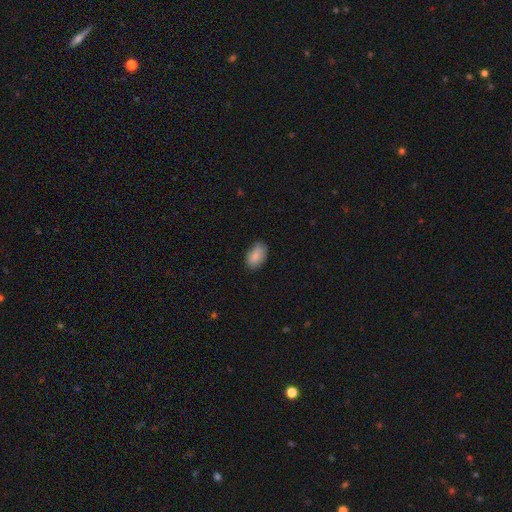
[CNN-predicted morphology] smooth-or-featured: smooth: 86% | star or artifact: 7% | featured or disk: 7%
  how-rounded: in between: 91% | round: 7% | cigar-shaped: 2%
  merging: none: 74% | minor disturbance: 21% | major disturbance: 4% | merger: 1%